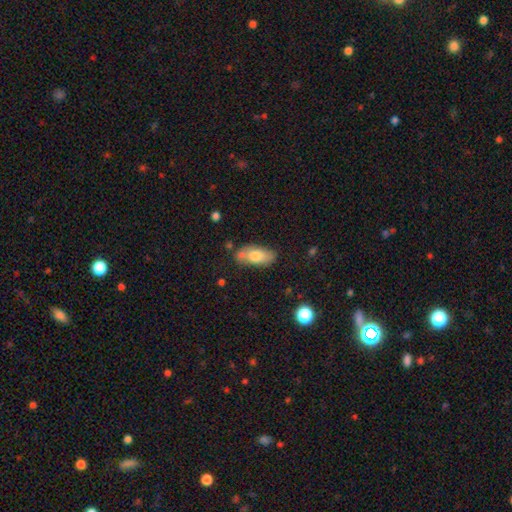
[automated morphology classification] smooth 74%, featured or disk 19%, star or artifact 7%. Down the decision tree: how rounded — in between (89%); merging — none (63%).